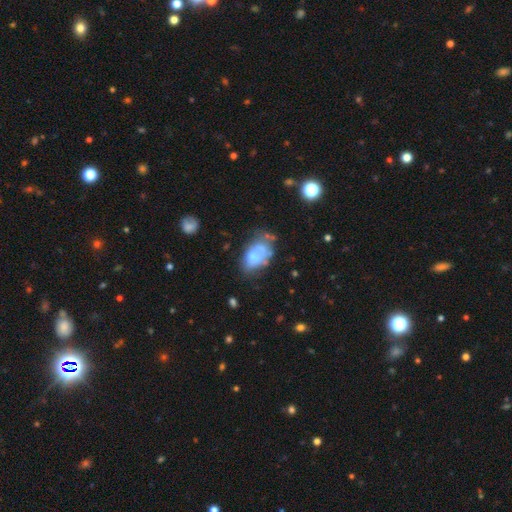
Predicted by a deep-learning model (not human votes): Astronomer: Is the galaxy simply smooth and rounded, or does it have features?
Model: smooth — 48% (runner-up: featured or disk, 43%).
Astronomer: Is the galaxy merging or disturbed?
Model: none — 29% (runner-up: minor disturbance, 26%).